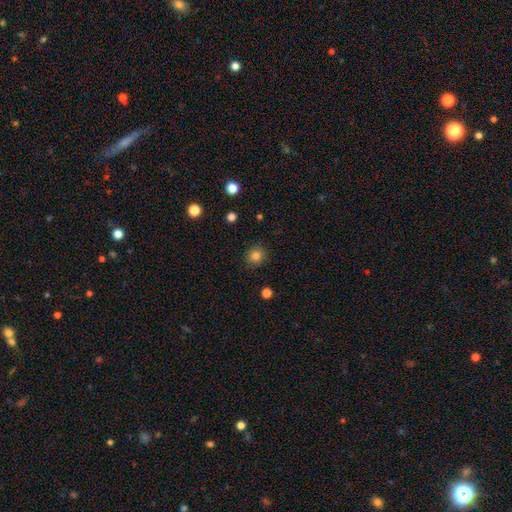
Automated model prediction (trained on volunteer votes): The model was most divided on "smooth or featured": smooth: 83%, star or artifact: 12%, featured or disk: 5%. More confident: merging — none (89%); how rounded — round (89%).